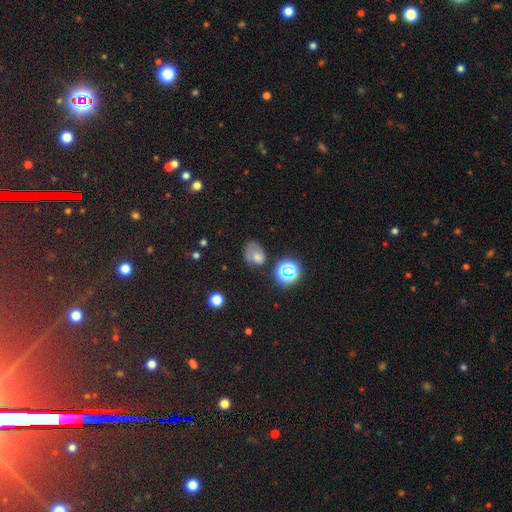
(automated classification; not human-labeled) Q: Smooth or featured?
A: smooth (64%); runner-up: star or artifact (21%)
Q: How rounded?
A: in between (60%); runner-up: round (38%)
Q: Merging?
A: none (39%); runner-up: minor disturbance (31%)